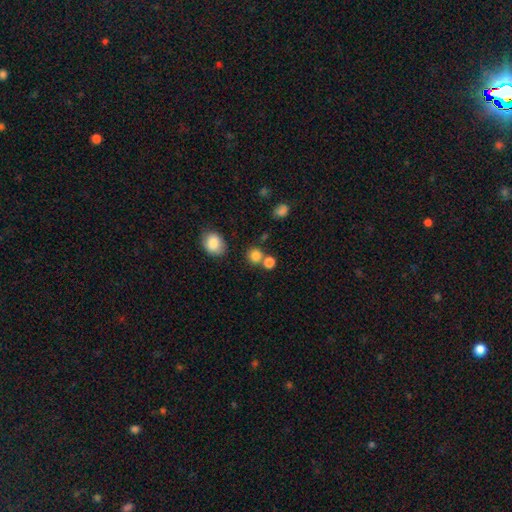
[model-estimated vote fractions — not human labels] The model was most divided on "merging": none: 62%, merger: 26%, minor disturbance: 8%, major disturbance: 3%. More confident: how rounded — round (86%); smooth or featured — smooth (82%).